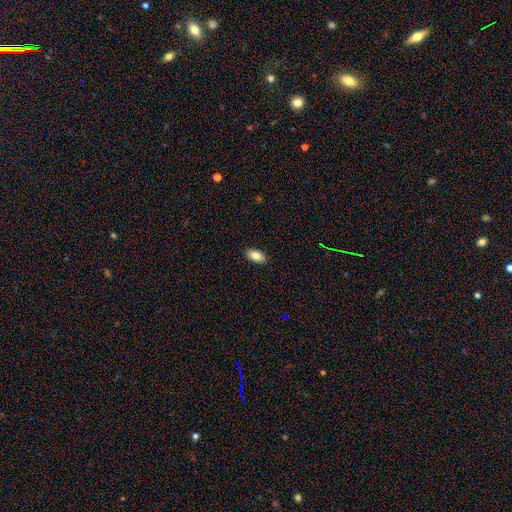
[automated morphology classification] Q: Smooth or featured?
A: smooth (84%); runner-up: featured or disk (8%)
Q: How rounded?
A: in between (92%); runner-up: round (4%)
Q: Merging?
A: none (89%); runner-up: minor disturbance (8%)